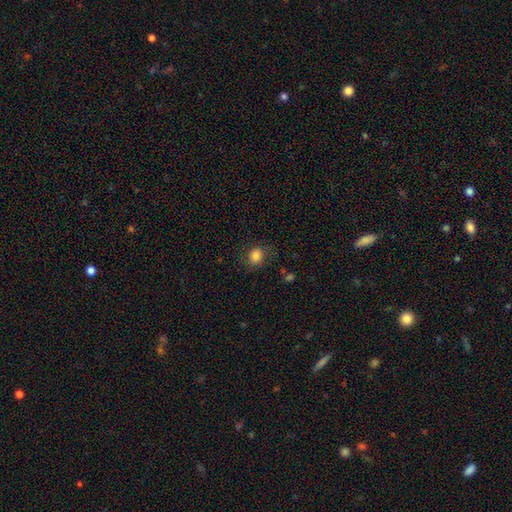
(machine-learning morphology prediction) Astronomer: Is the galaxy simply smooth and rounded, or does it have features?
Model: smooth — 82%.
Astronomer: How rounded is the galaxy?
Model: round — 63%.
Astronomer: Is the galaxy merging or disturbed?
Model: none — 75%.